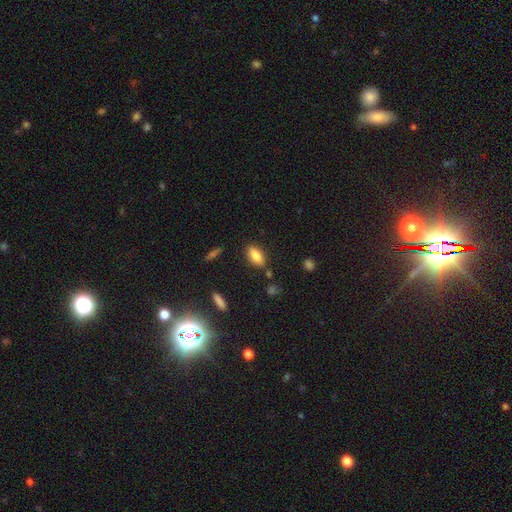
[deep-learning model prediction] Smooth or featured: smooth — 83% (featured or disk — 9%)
How rounded: in between — 86% (cigar-shaped — 11%)
Merging: none — 83% (minor disturbance — 11%)